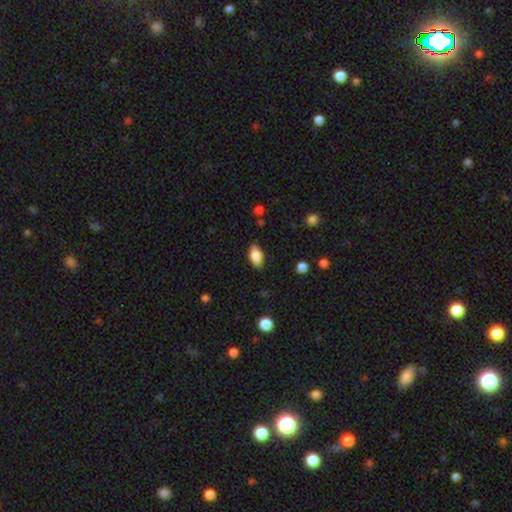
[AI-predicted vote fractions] This appears to be a smooth galaxy with no disk features (85%) that is in between round and cigar-shaped (91%). Merging: none (85%).